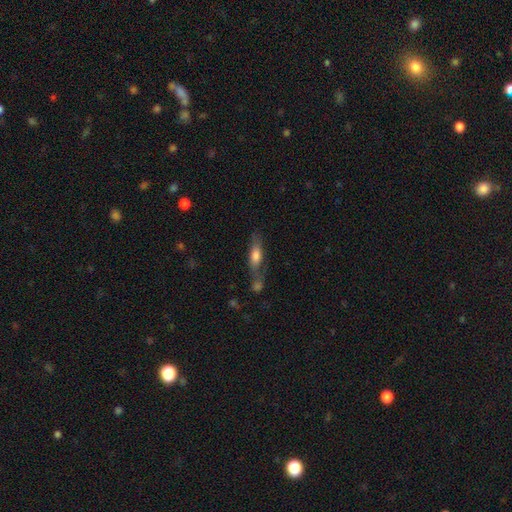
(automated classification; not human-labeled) This is likely a smooth galaxy (64%). How rounded: possibly in between (53%). Merging: marginally none (45%).